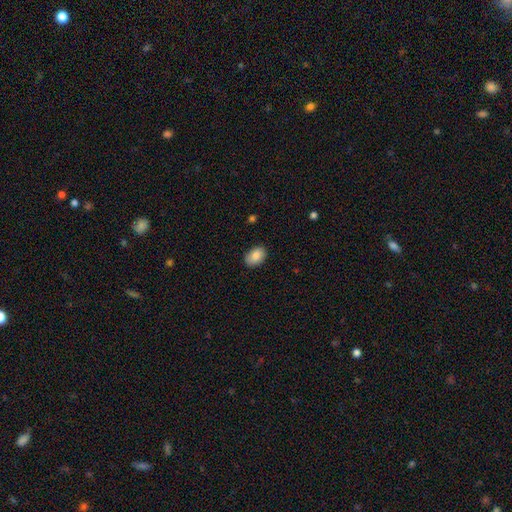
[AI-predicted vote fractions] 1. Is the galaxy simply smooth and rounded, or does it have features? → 87% smooth, 7% star or artifact, 6% featured or disk.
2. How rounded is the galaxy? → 85% in between, 14% round, 1% cigar-shaped.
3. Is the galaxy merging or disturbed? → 87% none, 10% minor disturbance, 2% major disturbance, 1% merger.